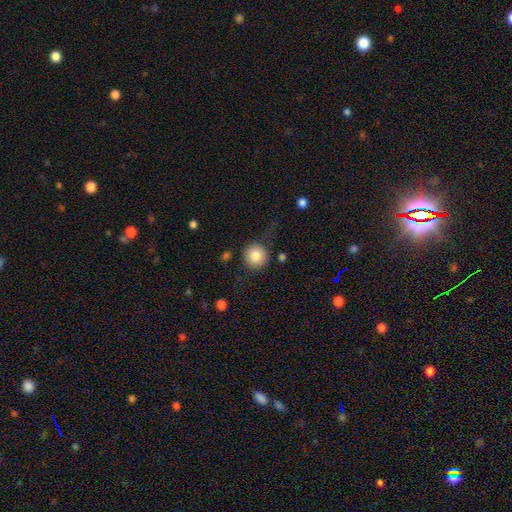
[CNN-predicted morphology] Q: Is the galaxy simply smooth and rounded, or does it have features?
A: smooth — 83%.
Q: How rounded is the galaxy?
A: round — 94%.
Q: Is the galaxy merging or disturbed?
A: none — 83%.